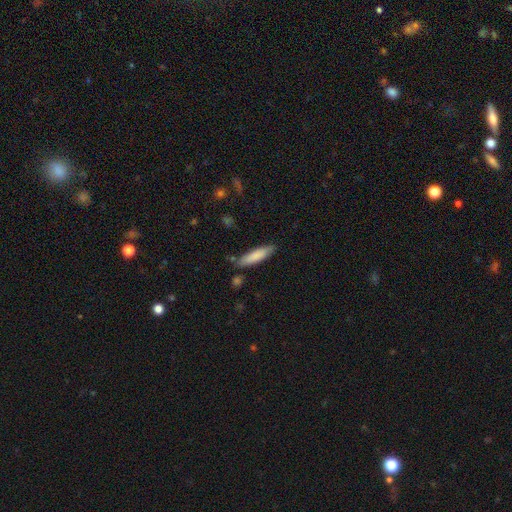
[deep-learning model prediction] Smooth or featured? smooth (82%)
How rounded? cigar-shaped (74%)
Merging? none (81%)